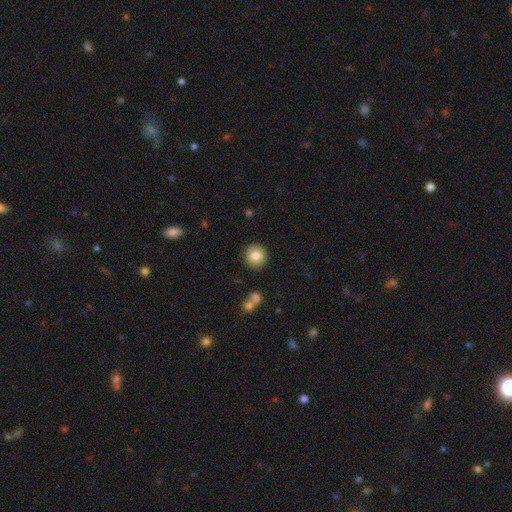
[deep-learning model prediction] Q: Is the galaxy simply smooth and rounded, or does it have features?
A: smooth — 83%.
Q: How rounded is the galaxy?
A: round — 91%.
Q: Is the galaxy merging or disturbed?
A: none — 90%.